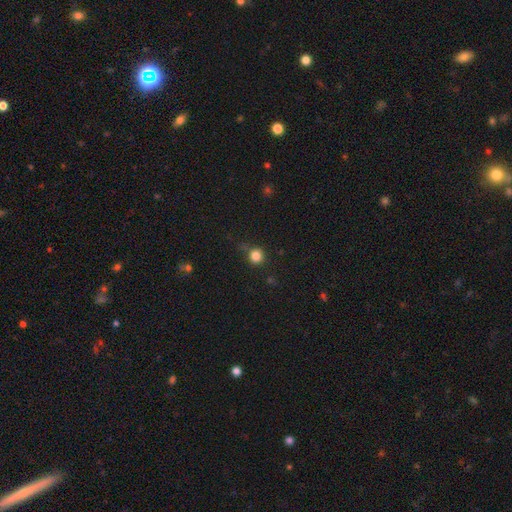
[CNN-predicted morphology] Overall: smooth (82%). How rounded: round (92%). Merging: none (76%).